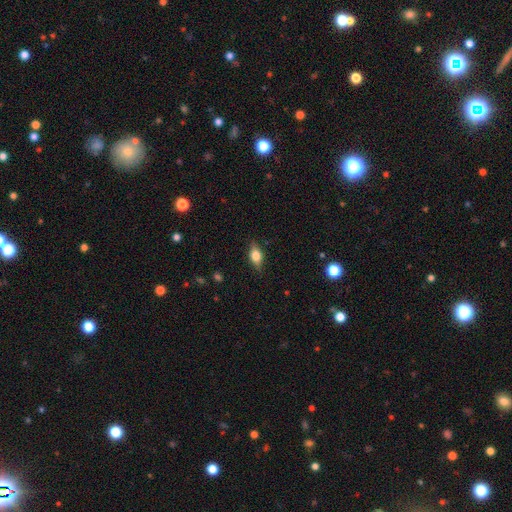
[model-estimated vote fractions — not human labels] This appears to be a smooth galaxy with no disk features (60%) that is in between round and cigar-shaped (77%). Merging: none (82%).